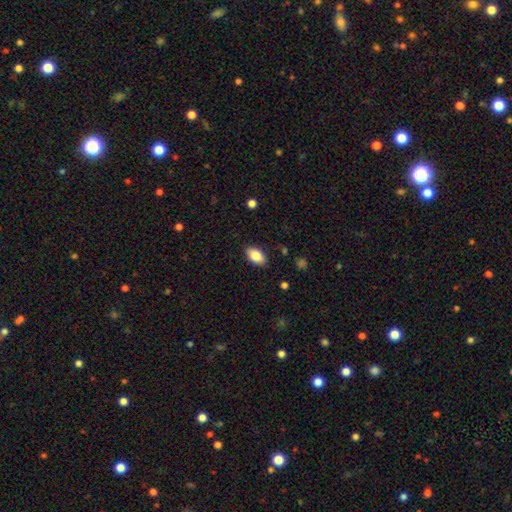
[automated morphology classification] Q: Smooth or featured?
A: smooth (85%); runner-up: featured or disk (8%)
Q: How rounded?
A: in between (93%); runner-up: round (5%)
Q: Merging?
A: none (88%); runner-up: minor disturbance (9%)